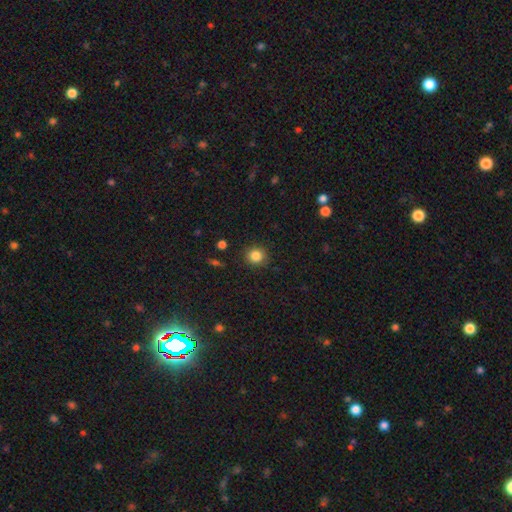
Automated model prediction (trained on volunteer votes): A smooth galaxy with no disk features (84%) that is round (87%).

Vote fractions:
- Smooth or featured? smooth: 84% / star or artifact: 11% / featured or disk: 5%
- How rounded? round: 87% / in between: 12% / cigar-shaped: 1%
- Merging? none: 88% / minor disturbance: 8% / major disturbance: 2% / merger: 1%